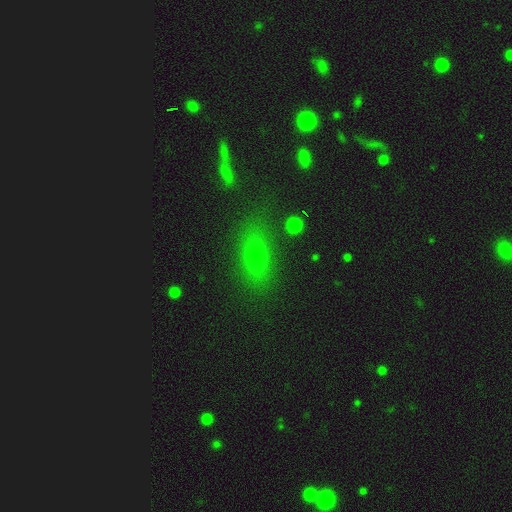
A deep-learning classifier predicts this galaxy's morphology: Smooth or featured: smooth — 67% (star or artifact — 17%)
How rounded: in between — 65% (cigar-shaped — 18%)
Merging: none — 76% (minor disturbance — 14%)